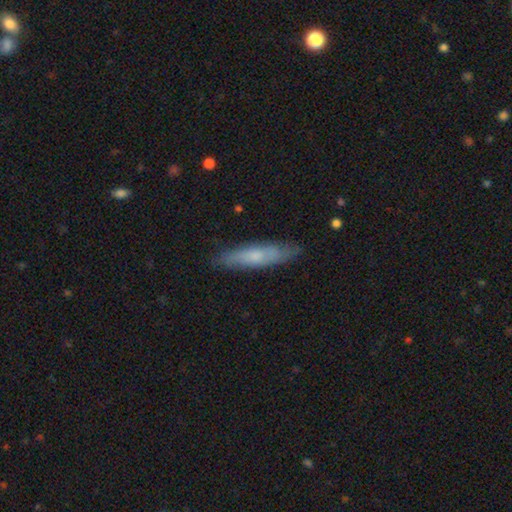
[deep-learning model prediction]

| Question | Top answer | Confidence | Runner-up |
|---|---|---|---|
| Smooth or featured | smooth | 59% | featured or disk (35%) |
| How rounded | cigar-shaped | 82% | in between (17%) |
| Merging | none | 83% | minor disturbance (14%) |